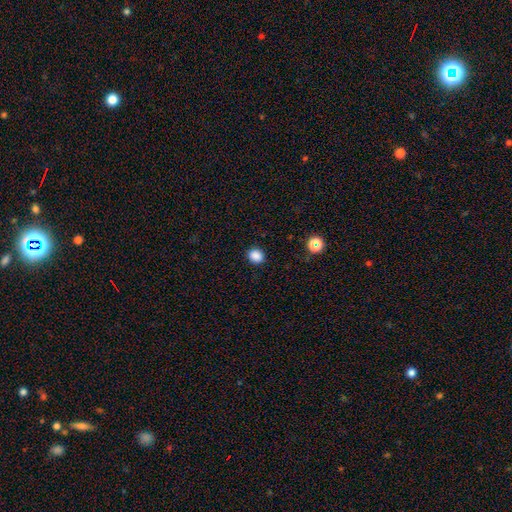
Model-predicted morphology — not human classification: Overall: smooth (86%). How rounded: round (63%; in between 36%). Merging: none (89%).